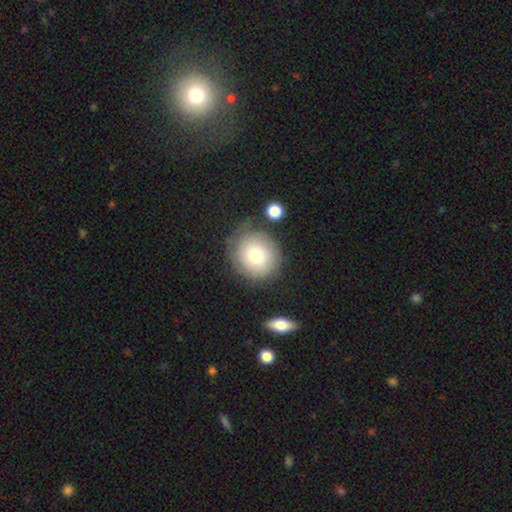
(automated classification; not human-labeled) Smooth or featured?
  - smooth: 68% *
  - featured or disk: 24%
  - star or artifact: 8%
How rounded?
  - round: 81% *
  - in between: 18%
  - cigar-shaped: 1%
Merging?
  - none: 68% *
  - minor disturbance: 20%
  - major disturbance: 7%
  - merger: 5%